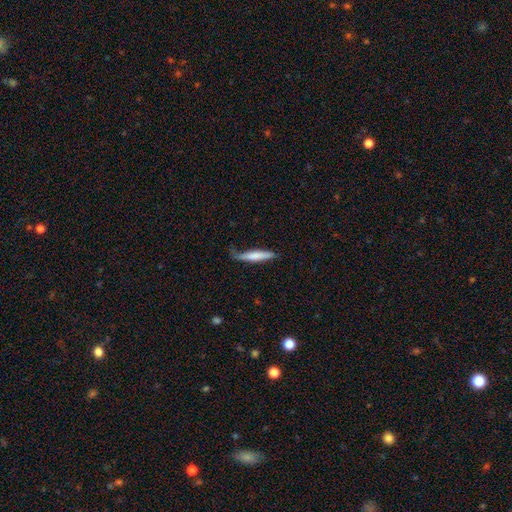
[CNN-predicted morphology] Smooth or featured: smooth — 69% (featured or disk — 26%)
How rounded: cigar-shaped — 89% (in between — 10%)
Merging: none — 56% (minor disturbance — 31%)